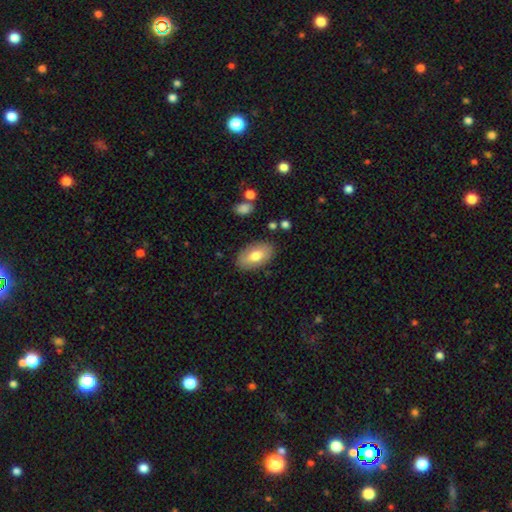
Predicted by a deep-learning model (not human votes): Smooth or featured: smooth — 73% (featured or disk — 21%)
How rounded: in between — 93% (round — 5%)
Merging: none — 85% (minor disturbance — 11%)